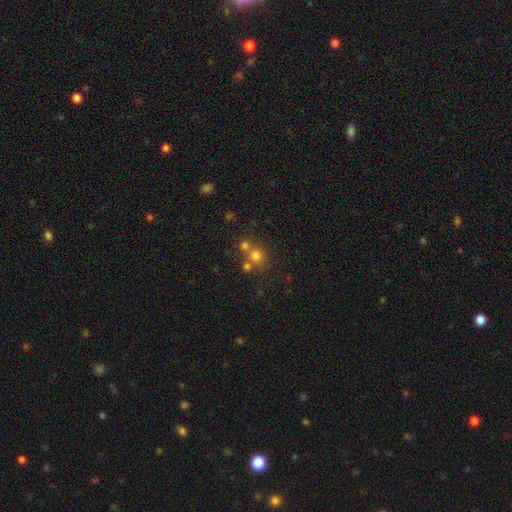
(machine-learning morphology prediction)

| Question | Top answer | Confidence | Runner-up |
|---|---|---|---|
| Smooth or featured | smooth | 71% | star or artifact (18%) |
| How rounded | round | 88% | in between (11%) |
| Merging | none | 55% | merger (35%) |